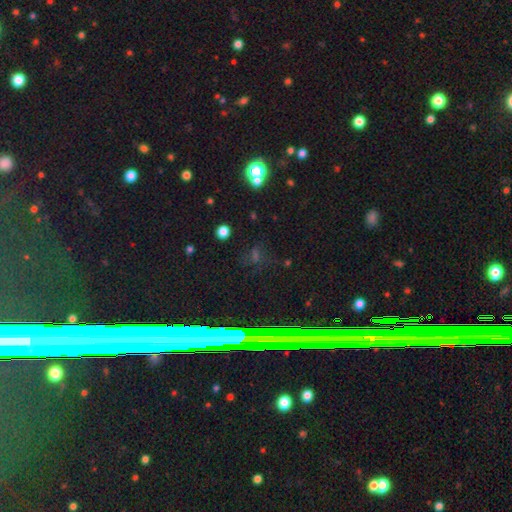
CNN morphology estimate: Smooth or featured?
  - star or artifact: 55% *
  - smooth: 29%
  - featured or disk: 16%